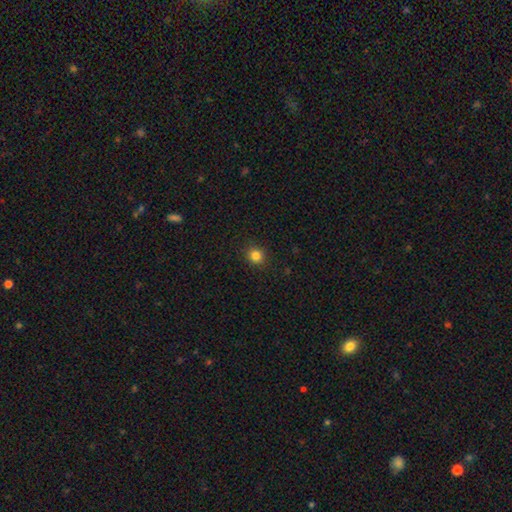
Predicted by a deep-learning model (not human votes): Overall: smooth (82%). How rounded: round (87%). Merging: none (91%).